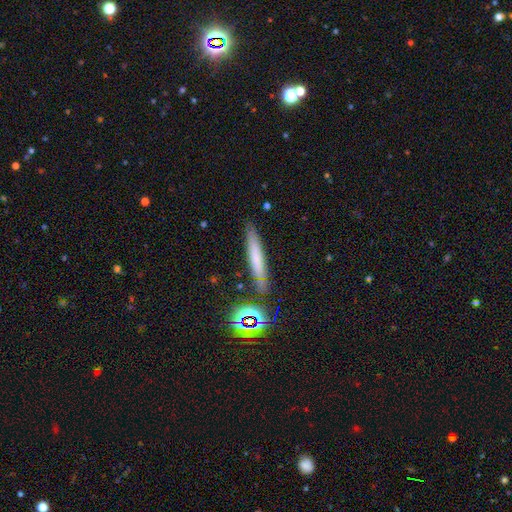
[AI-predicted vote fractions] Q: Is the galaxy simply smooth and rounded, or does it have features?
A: smooth — 59%.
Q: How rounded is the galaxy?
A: cigar-shaped — 92%.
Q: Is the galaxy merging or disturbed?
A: none — 82%.